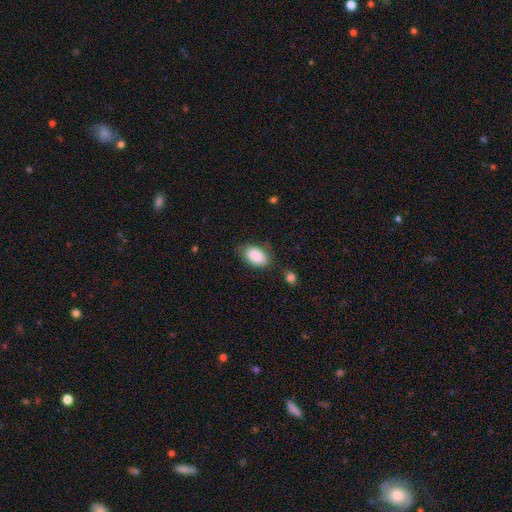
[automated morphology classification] The model was most divided on "merging": none: 73%, minor disturbance: 18%, major disturbance: 5%, merger: 3%. More confident: how rounded — in between (93%); smooth or featured — smooth (89%).